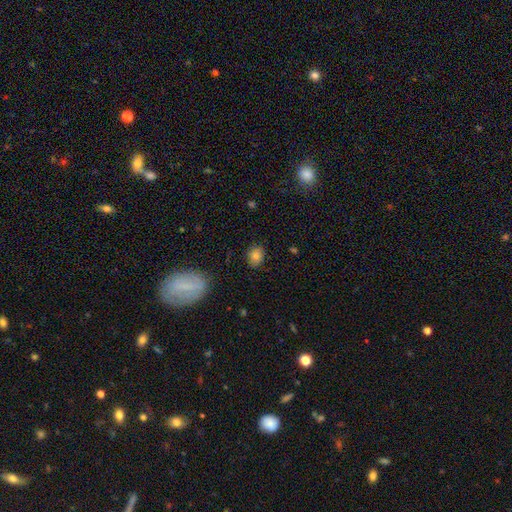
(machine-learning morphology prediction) Smooth or featured?
  - smooth: 81% *
  - star or artifact: 11%
  - featured or disk: 8%
How rounded?
  - round: 63% *
  - in between: 36%
  - cigar-shaped: 1%
Merging?
  - none: 83% *
  - minor disturbance: 12%
  - major disturbance: 3%
  - merger: 1%